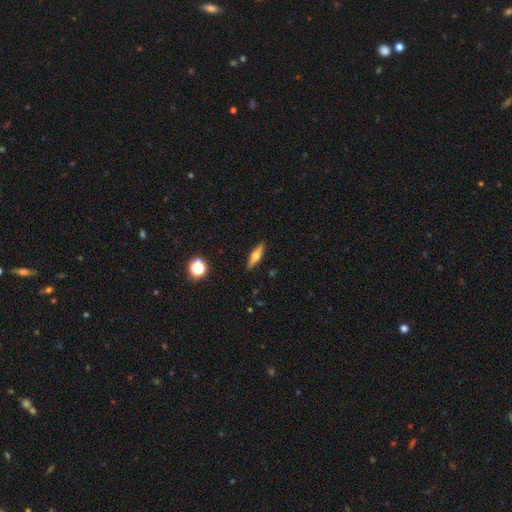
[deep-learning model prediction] smooth_or_featured: featured or disk (p=0.50) [alt: smooth p=0.42]
disk_edge_on: yes (p=0.93) [alt: no p=0.07]
merging: none (p=0.89) [alt: minor disturbance p=0.08]